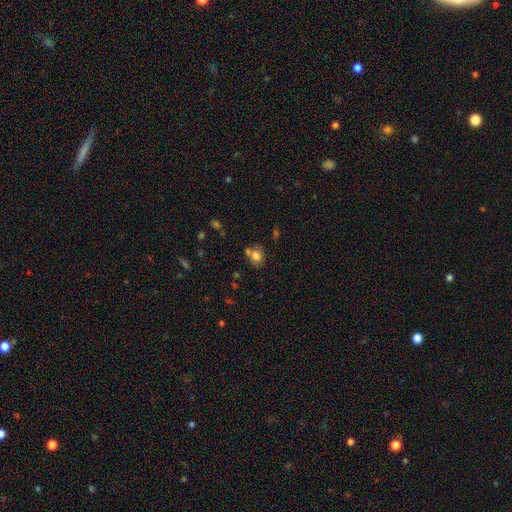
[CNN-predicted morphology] Q: Smooth or featured?
A: smooth (78%); runner-up: star or artifact (12%)
Q: How rounded?
A: round (62%); runner-up: in between (37%)
Q: Merging?
A: none (56%); runner-up: merger (25%)